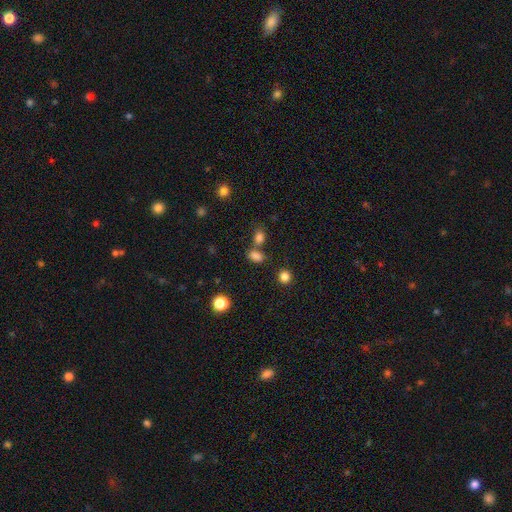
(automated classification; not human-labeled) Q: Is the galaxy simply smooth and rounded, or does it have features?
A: smooth — 80%.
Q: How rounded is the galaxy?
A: in between — 77%.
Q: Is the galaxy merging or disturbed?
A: none — 55%.